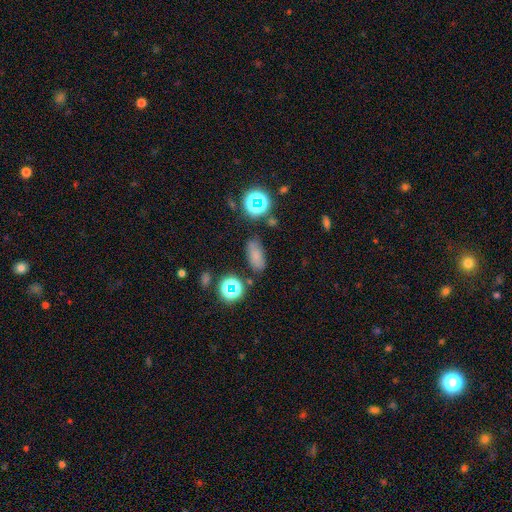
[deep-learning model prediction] A smooth galaxy with no disk features (73%) that is in between round and cigar-shaped (80%). Merging: none (78%).